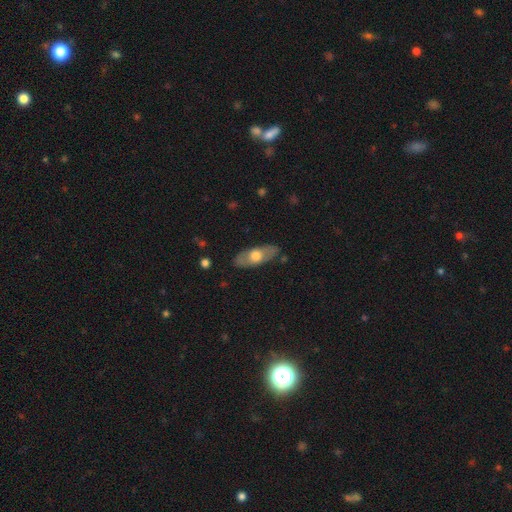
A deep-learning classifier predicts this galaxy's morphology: Smooth or featured?
  - smooth: 54% *
  - featured or disk: 41%
  - star or artifact: 5%
How rounded?
  - in between: 78% *
  - cigar-shaped: 18%
  - round: 4%
Merging?
  - none: 84% *
  - minor disturbance: 12%
  - major disturbance: 3%
  - merger: 1%